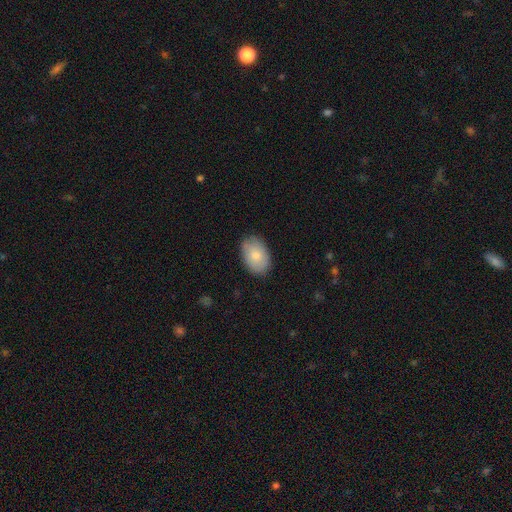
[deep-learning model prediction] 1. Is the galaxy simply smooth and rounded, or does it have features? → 79% smooth, 15% featured or disk, 7% star or artifact.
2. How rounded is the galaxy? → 85% in between, 14% round, 1% cigar-shaped.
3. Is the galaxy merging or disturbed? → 85% none, 11% minor disturbance, 2% major disturbance, 1% merger.